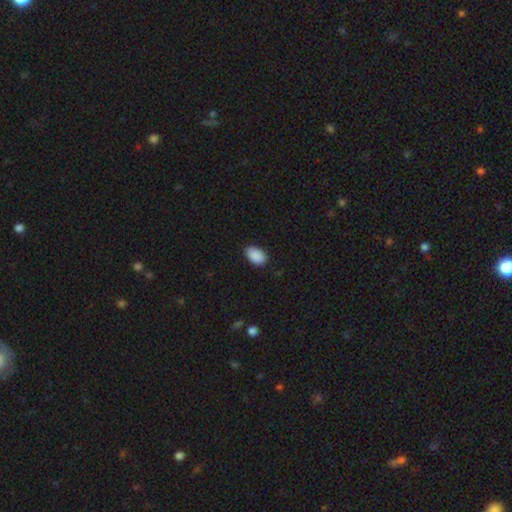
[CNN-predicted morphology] smooth 90%, star or artifact 7%, featured or disk 3%. Down the decision tree: how rounded — in between (92%); merging — none (86%).